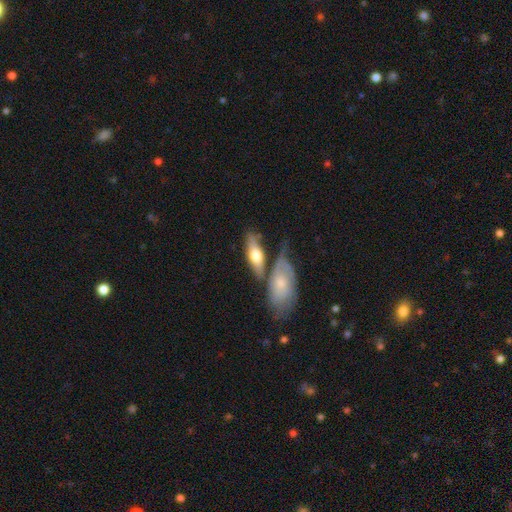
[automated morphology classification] A smooth galaxy with no disk features (50%) that is in between round and cigar-shaped (64%). Merging: none (52%).